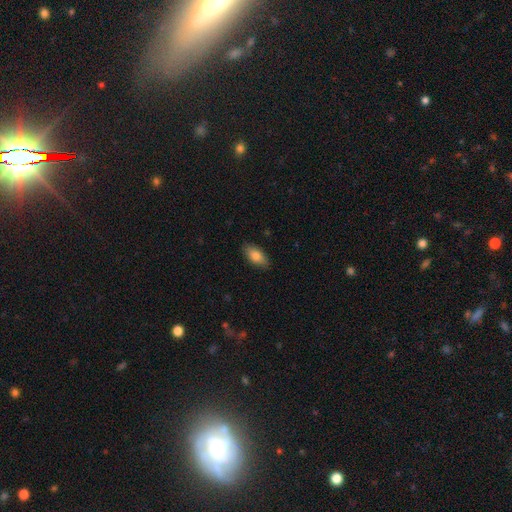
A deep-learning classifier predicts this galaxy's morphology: This is clearly a smooth galaxy (83%). How rounded: clearly in between (90%). Merging: clearly none (86%).